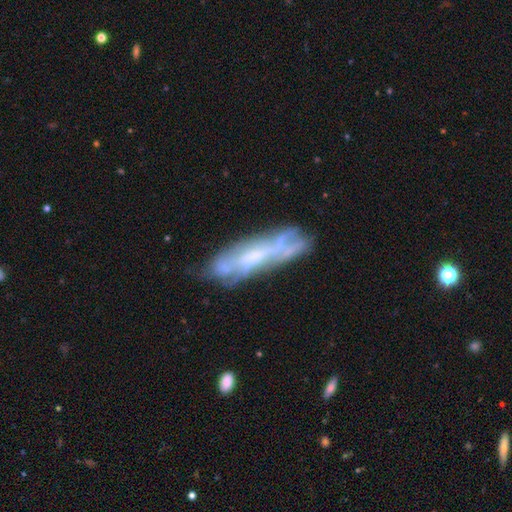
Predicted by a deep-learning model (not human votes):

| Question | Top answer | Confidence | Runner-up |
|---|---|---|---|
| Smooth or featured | featured or disk | 63% | smooth (28%) |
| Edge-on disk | no | 66% | yes (34%) |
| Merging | none | 60% | minor disturbance (22%) |